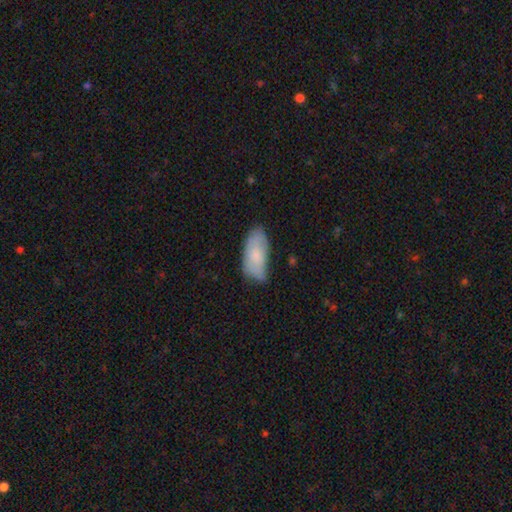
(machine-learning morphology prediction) smooth-or-featured: smooth: 77% | featured or disk: 17% | star or artifact: 6%
  how-rounded: in between: 91% | cigar-shaped: 7% | round: 2%
  merging: none: 58% | minor disturbance: 33% | major disturbance: 7% | merger: 2%